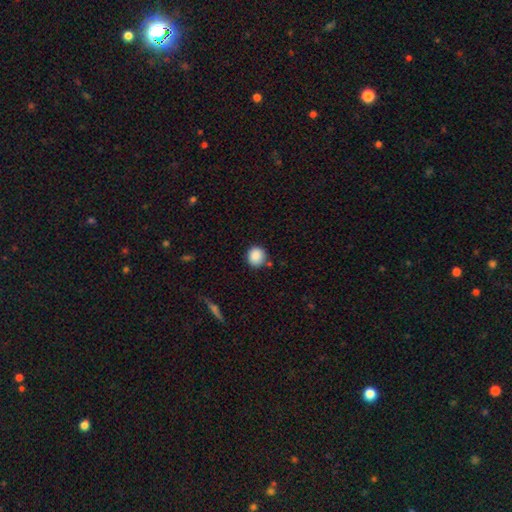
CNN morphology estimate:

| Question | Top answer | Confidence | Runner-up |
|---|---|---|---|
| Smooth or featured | smooth | 88% | star or artifact (8%) |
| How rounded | round | 90% | in between (9%) |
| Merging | none | 84% | minor disturbance (10%) |